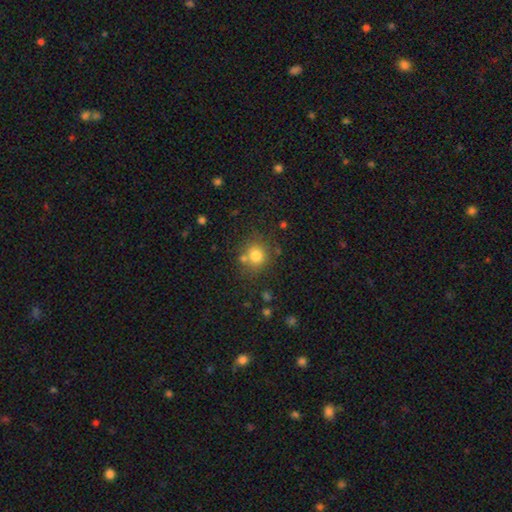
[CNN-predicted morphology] Smooth or featured: smooth — 78% (star or artifact — 13%)
How rounded: round — 84% (in between — 15%)
Merging: none — 72% (merger — 13%)